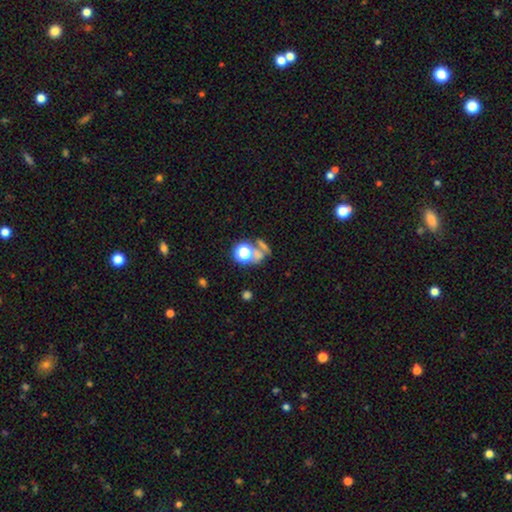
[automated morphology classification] This appears to be a smooth galaxy with no disk features (45%). Merging: none (45%).